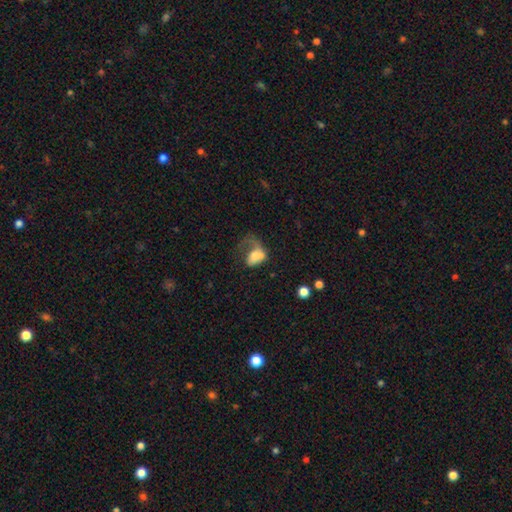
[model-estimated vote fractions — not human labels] Overall: smooth (53%; featured or disk 38%). How rounded: in between (77%). Merging: major disturbance (53%; none 17%).